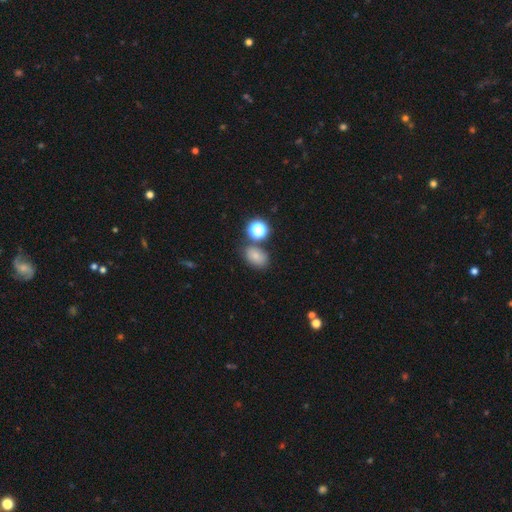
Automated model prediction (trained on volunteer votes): Smooth or featured?
  - smooth: 75% *
  - star or artifact: 16%
  - featured or disk: 9%
How rounded?
  - in between: 74% *
  - round: 25%
  - cigar-shaped: 1%
Merging?
  - none: 68% *
  - minor disturbance: 15%
  - merger: 12%
  - major disturbance: 5%